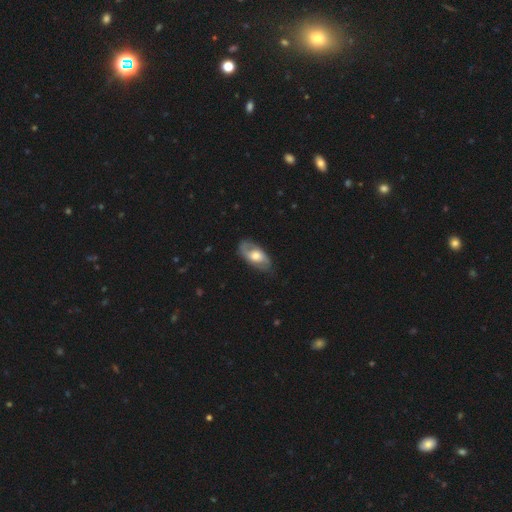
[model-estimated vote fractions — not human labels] Smooth or featured?
  - featured or disk: 57% *
  - smooth: 38%
  - star or artifact: 5%
Edge-on disk?
  - no: 89% *
  - yes: 11%
Bar?
  - no: 66% *
  - weak: 27%
  - strong: 7%
Spiral arms?
  - yes: 70% *
  - no: 30%
Bulge size?
  - moderate: 63% *
  - large: 22%
  - small: 12%
  - dominant: 2%
  - none: 2%
Merging?
  - none: 73% *
  - minor disturbance: 20%
  - major disturbance: 6%
  - merger: 1%